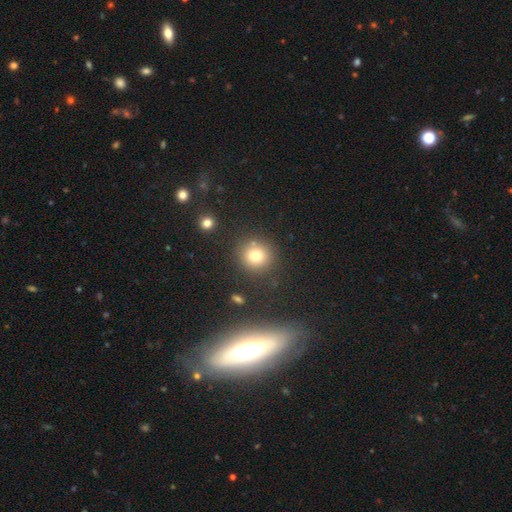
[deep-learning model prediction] Q: Smooth or featured?
A: smooth (75%); runner-up: star or artifact (15%)
Q: How rounded?
A: round (91%); runner-up: in between (8%)
Q: Merging?
A: none (83%); runner-up: minor disturbance (8%)